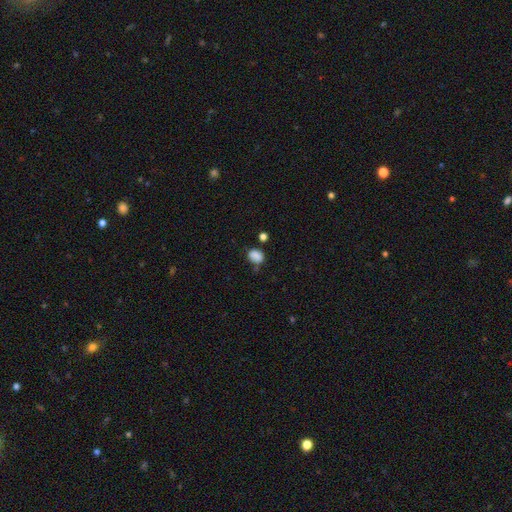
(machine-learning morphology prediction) This is clearly a smooth galaxy (82%). How rounded: possibly in between (53%). Merging: likely none (61%).